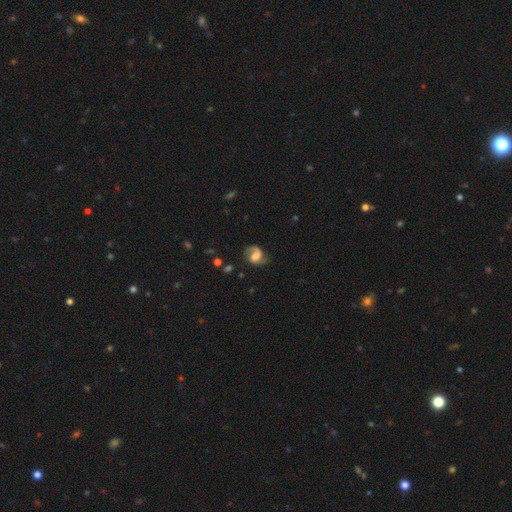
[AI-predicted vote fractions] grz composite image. It shows a featured or disk galaxy (72%) with a weak bar (44%), 2 (59%) medium (45%) spiral arms (93%) and a moderate central bulge (33%). Merging: none (59%).